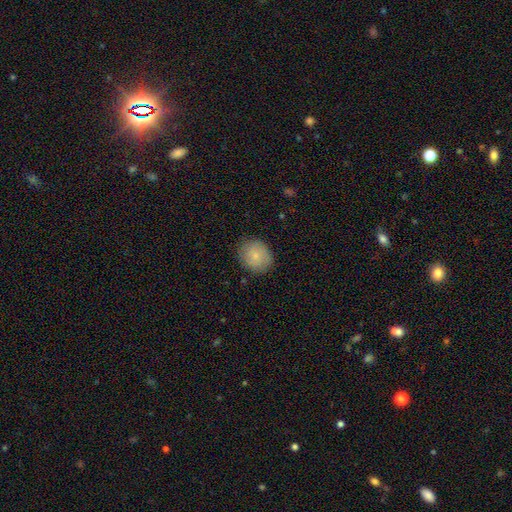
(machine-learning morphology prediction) Smooth or featured? Predicted: smooth (p=0.79). How rounded? Predicted: round (p=0.69). Merging? Predicted: none (p=0.84).